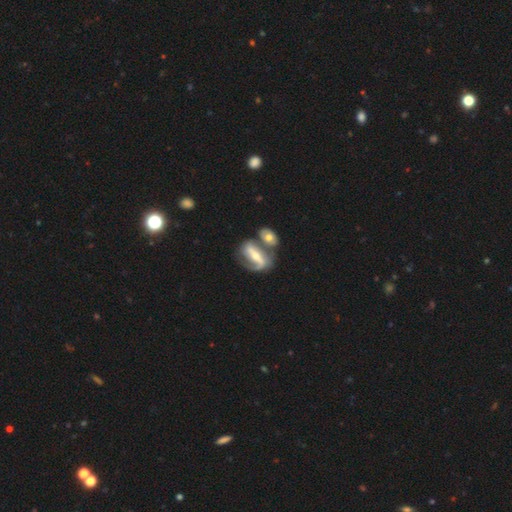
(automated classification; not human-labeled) Q: Smooth or featured?
A: featured or disk (76%); runner-up: smooth (17%)
Q: Edge-on disk?
A: no (92%); runner-up: yes (8%)
Q: Bar?
A: strong (59%); runner-up: weak (26%)
Q: Spiral arms?
A: yes (86%); runner-up: no (14%)
Q: Spiral winding?
A: medium (41%); runner-up: loose (32%)
Q: Spiral arm count?
A: 2 (69%); runner-up: 1 (19%)
Q: Bulge size?
A: moderate (55%); runner-up: small (35%)
Q: Merging?
A: merger (40%); runner-up: none (38%)